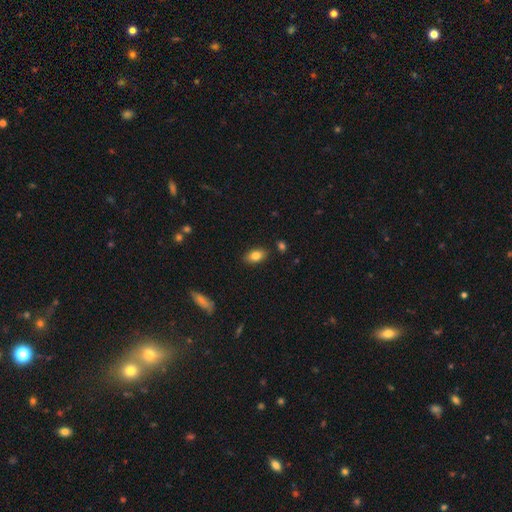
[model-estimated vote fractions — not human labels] The model was most divided on "smooth or featured": smooth: 81%, featured or disk: 10%, star or artifact: 8%. More confident: how rounded — in between (88%); merging — none (86%).